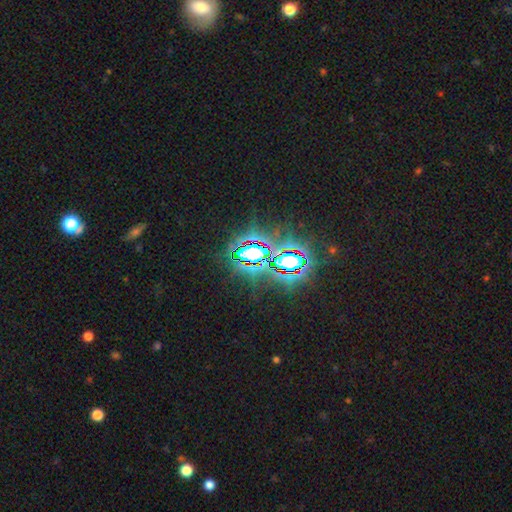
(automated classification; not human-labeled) smooth-or-featured: star or artifact: 82% | smooth: 10% | featured or disk: 8%